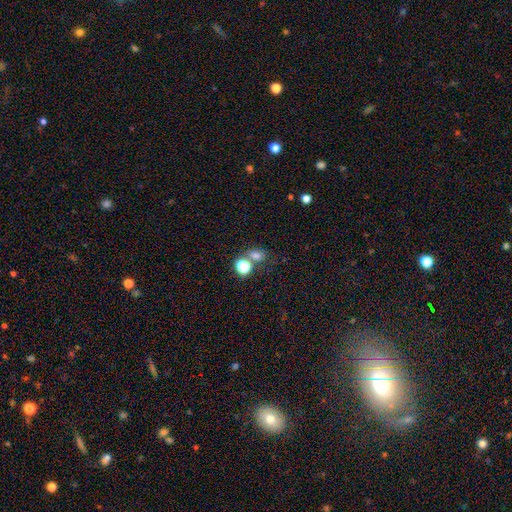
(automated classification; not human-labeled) A smooth galaxy with no disk features (69%) that is round (50%). Merging: none (55%).